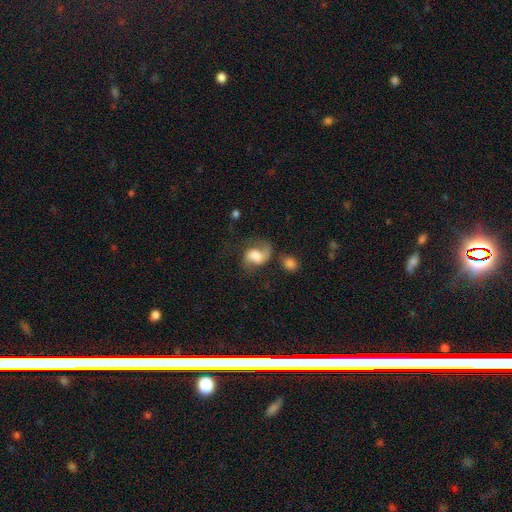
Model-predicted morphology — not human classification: This is possibly a featured or disk galaxy (53%). It is clearly not viewed edge-on (97%). Bar: possibly no (49%). Spiral arm pattern: clearly yes (84%). Central bulge: marginally large (40%). Merging: marginally none (41%).